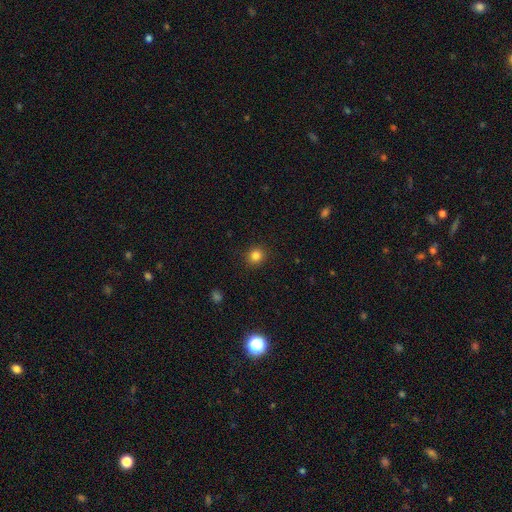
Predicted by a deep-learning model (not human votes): smooth-or-featured: smooth: 83% | star or artifact: 12% | featured or disk: 4%
  how-rounded: round: 85% | in between: 14% | cigar-shaped: 1%
  merging: none: 90% | minor disturbance: 6% | major disturbance: 2% | merger: 1%